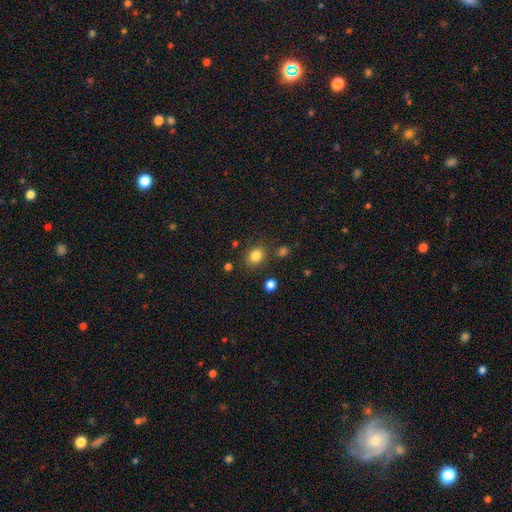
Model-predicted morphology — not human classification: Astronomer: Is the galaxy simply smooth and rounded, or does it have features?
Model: smooth — 83%.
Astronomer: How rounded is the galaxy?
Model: round — 63%.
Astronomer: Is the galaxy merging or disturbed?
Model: none — 82%.